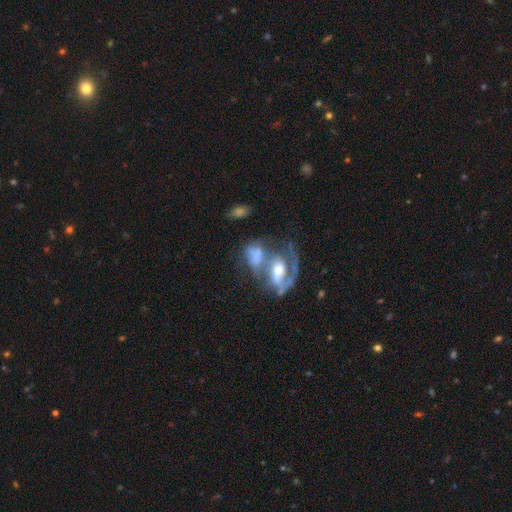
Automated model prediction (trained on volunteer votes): A featured or disk galaxy (60%) with no bar (57%), spiral arms (62%) and a moderate central bulge (51%). Merging: merger (57%).